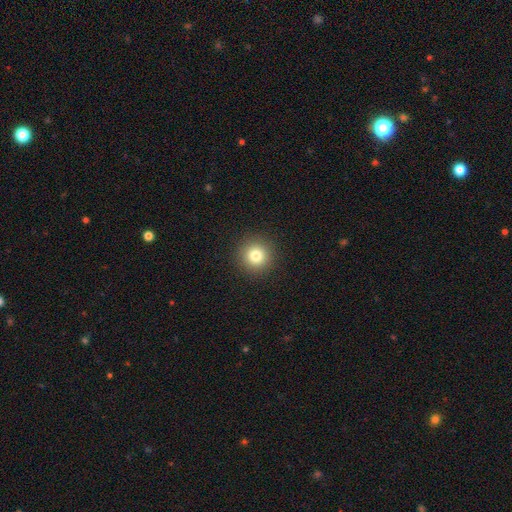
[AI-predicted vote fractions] smooth 81%, star or artifact 12%, featured or disk 7%. Down the decision tree: how rounded — round (95%); merging — none (93%).